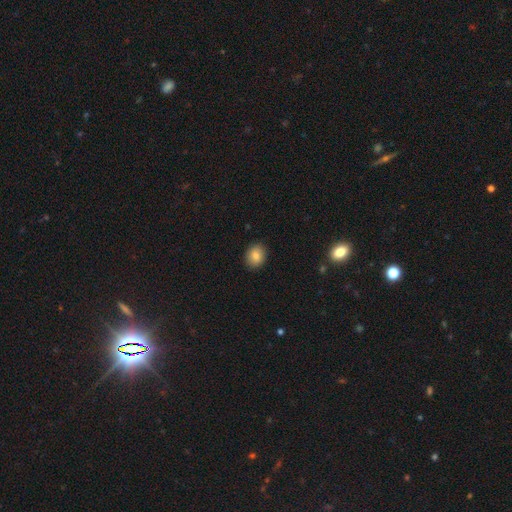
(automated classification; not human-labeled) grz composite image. It shows a smooth galaxy with no disk features (83%) that is round (51%). Merging: none (89%).